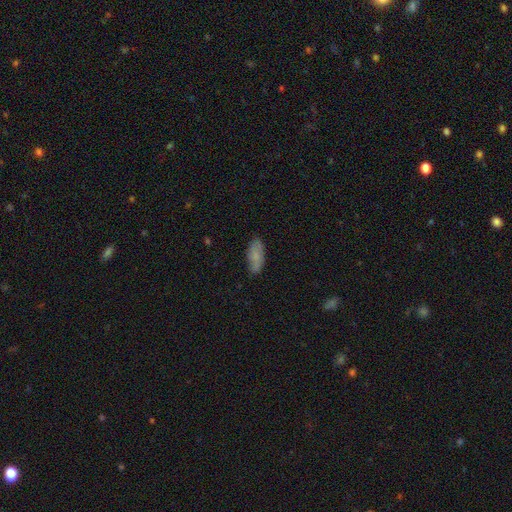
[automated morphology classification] Overall: smooth (75%). How rounded: in between (83%). Merging: none (80%).